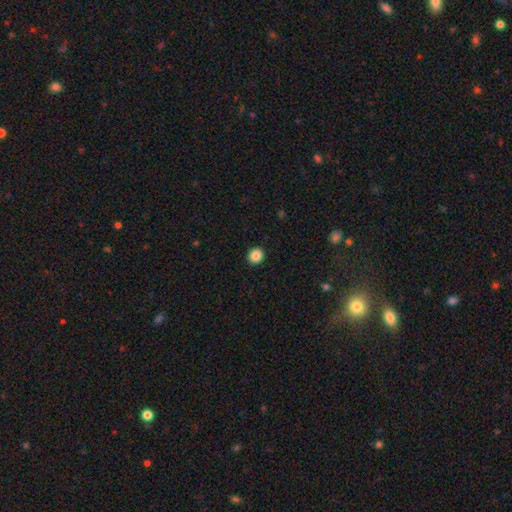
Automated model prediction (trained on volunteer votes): Overall: smooth (87%). How rounded: round (85%). Merging: none (93%).